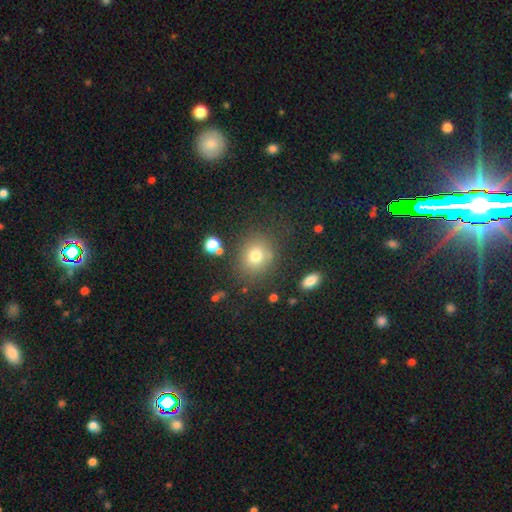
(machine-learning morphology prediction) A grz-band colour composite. It shows a smooth galaxy with no disk features (75%) that is round (70%). Merging: none (77%).